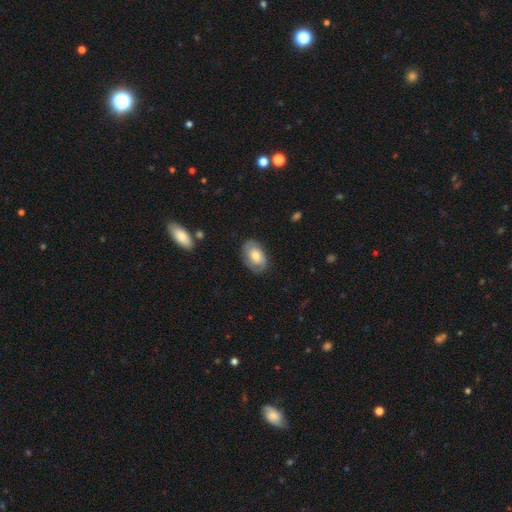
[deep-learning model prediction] Smooth or featured? smooth (55%)
How rounded? in between (87%)
Merging? none (77%)